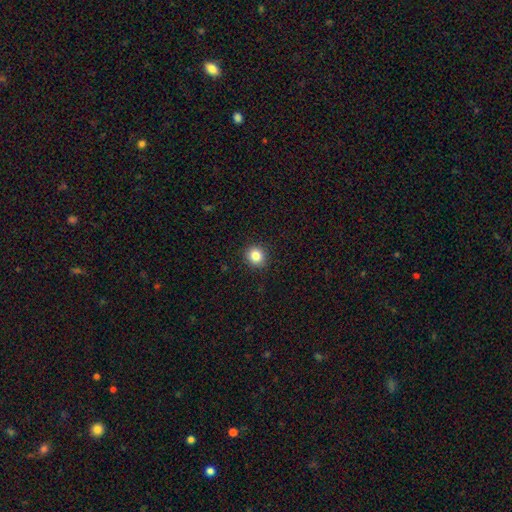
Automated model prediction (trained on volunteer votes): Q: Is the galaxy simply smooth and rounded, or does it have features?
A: smooth — 84%.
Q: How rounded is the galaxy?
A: round — 88%.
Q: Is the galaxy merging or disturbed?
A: none — 91%.